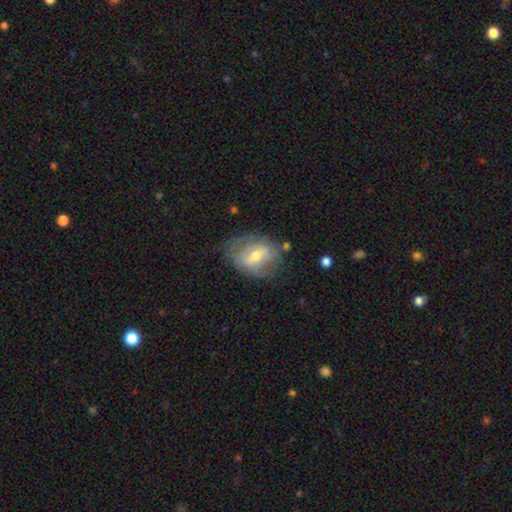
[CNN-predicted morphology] The model was most divided on "spiral arms": no: 54%, yes: 46%. Remaining: edge-on disk — no (92%); merging — none (63%); bulge size — moderate (60%); smooth or featured — featured or disk (56%); bar — weak (44%).